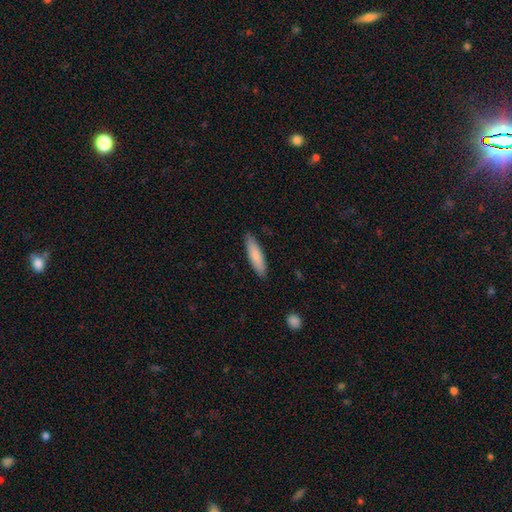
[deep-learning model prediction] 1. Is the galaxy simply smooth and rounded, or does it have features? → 83% smooth, 11% featured or disk, 5% star or artifact.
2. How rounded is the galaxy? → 71% cigar-shaped, 27% in between, 1% round.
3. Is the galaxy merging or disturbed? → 88% none, 9% minor disturbance, 2% major disturbance, 1% merger.